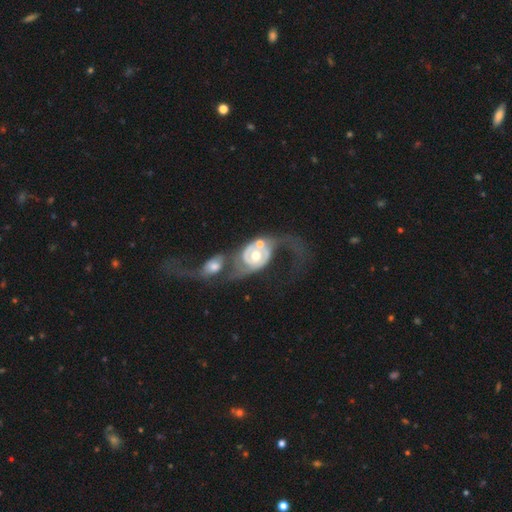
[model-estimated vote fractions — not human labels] Smooth or featured? featured or disk (83%)
Edge-on disk? no (97%)
Bar? no (74%)
Spiral arms? yes (86%)
Spiral winding? loose (41%)
Spiral arm count? 2 (74%)
Bulge size? moderate (73%)
Merging? merger (52%)